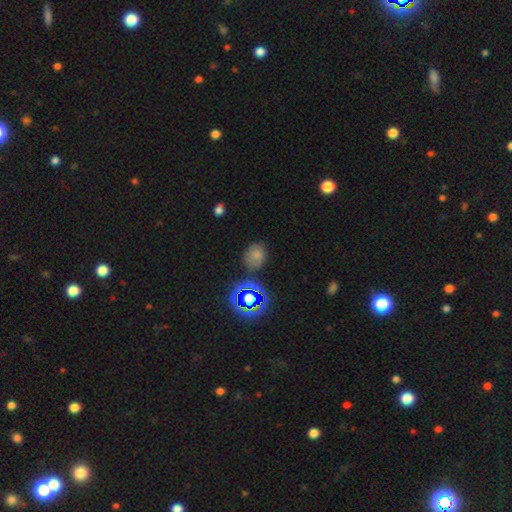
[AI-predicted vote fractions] A smooth galaxy with no disk features (67%) that is round (67%).

Vote fractions:
- Smooth or featured? smooth: 67% / star or artifact: 23% / featured or disk: 10%
- How rounded? round: 67% / in between: 32% / cigar-shaped: 1%
- Merging? none: 74% / minor disturbance: 16% / major disturbance: 5% / merger: 4%